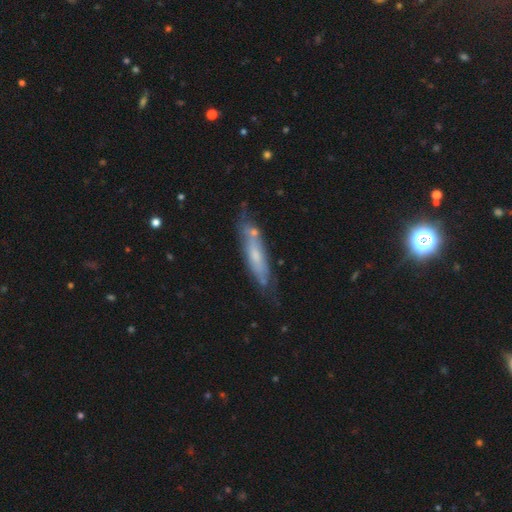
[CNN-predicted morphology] smooth_or_featured: featured or disk (p=0.51) [alt: smooth p=0.42]
disk_edge_on: yes (p=0.54) [alt: no p=0.46]
merging: none (p=0.59) [alt: minor disturbance p=0.24]